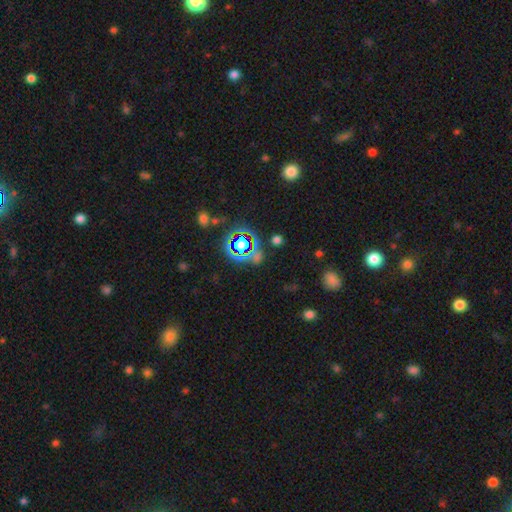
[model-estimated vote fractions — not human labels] Morphology: type=star or artifact (69%).